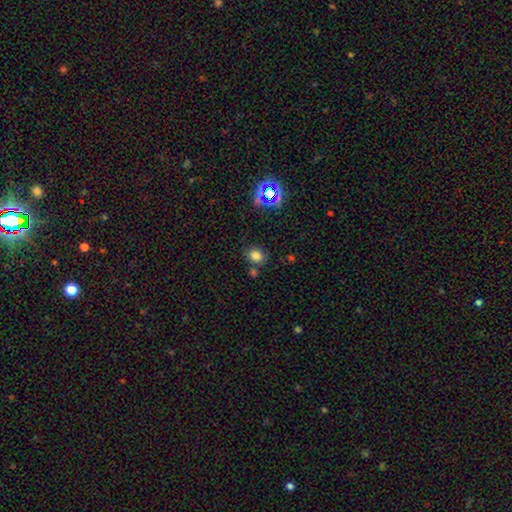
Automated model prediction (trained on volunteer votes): A smooth galaxy with no disk features (76%) that is round (66%). Merging: none (73%).